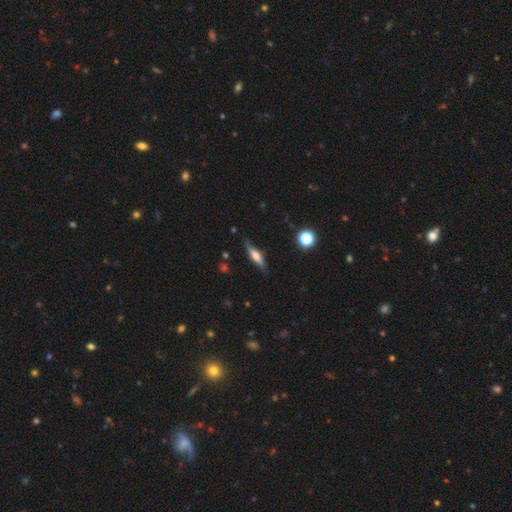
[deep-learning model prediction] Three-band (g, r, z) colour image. It shows a featured or disk galaxy (48%). Merging: none (79%).